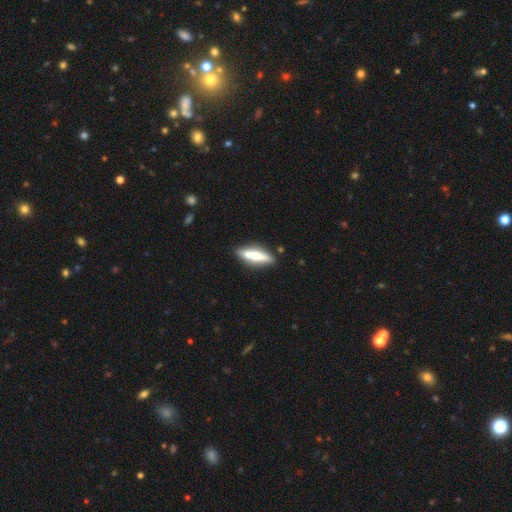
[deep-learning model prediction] Overall: featured or disk (48%; smooth 46%). Merging: none (80%).